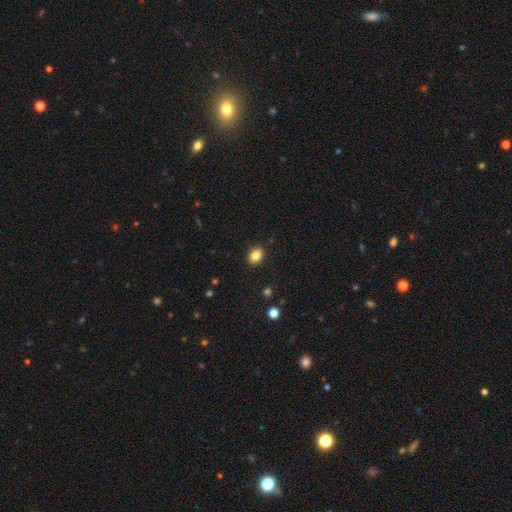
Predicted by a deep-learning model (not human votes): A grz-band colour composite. It shows a smooth galaxy with no disk features (85%) that is in between round and cigar-shaped (64%). Merging: none (89%).